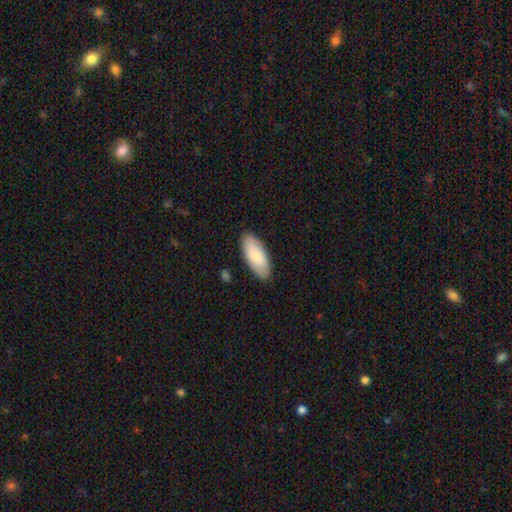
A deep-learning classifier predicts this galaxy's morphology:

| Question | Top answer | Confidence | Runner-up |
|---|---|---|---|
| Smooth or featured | smooth | 78% | featured or disk (17%) |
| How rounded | in between | 88% | cigar-shaped (11%) |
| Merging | none | 85% | minor disturbance (12%) |